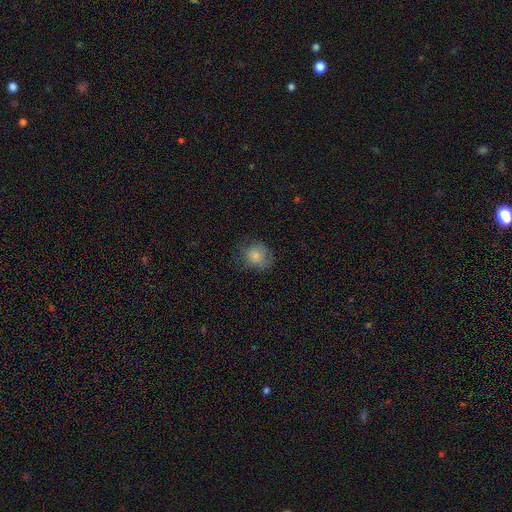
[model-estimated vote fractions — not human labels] A smooth galaxy with no disk features (80%) that is round (84%).

Vote fractions:
- Smooth or featured? smooth: 80% / featured or disk: 10% / star or artifact: 9%
- How rounded? round: 84% / in between: 15% / cigar-shaped: 1%
- Merging? none: 70% / minor disturbance: 21% / major disturbance: 8% / merger: 1%